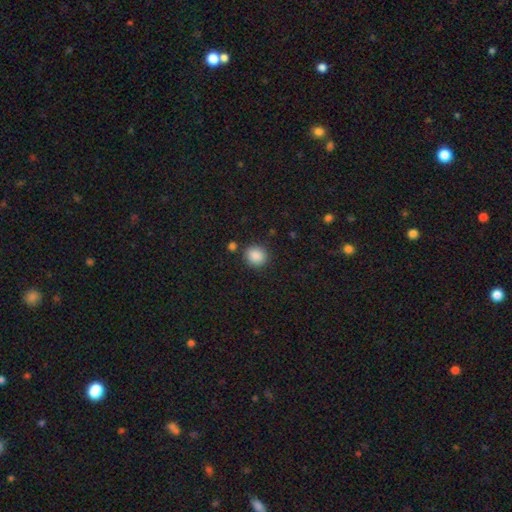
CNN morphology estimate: The model was most divided on "how rounded": round: 83%, in between: 16%, cigar-shaped: 1%. More confident: smooth or featured — smooth (88%); merging — none (85%).